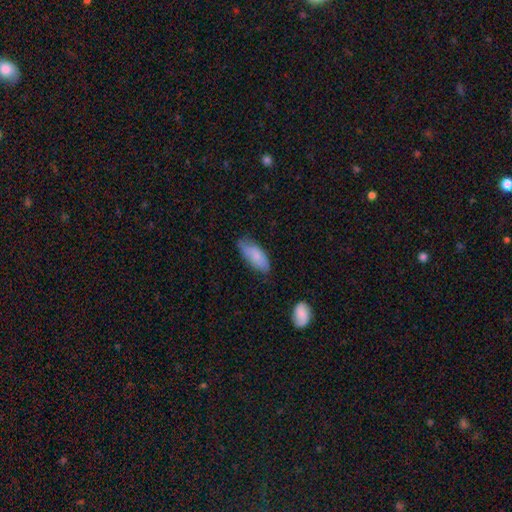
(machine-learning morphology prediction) Smooth or featured: smooth — 81% (featured or disk — 13%)
How rounded: in between — 84% (cigar-shaped — 14%)
Merging: none — 58% (minor disturbance — 33%)